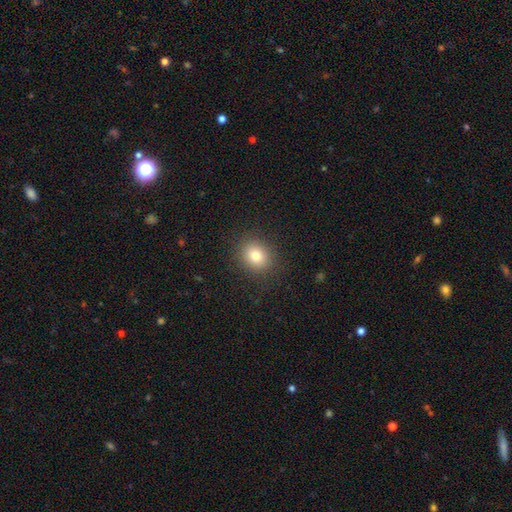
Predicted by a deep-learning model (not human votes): A smooth galaxy with no disk features (80%) that is round (73%). Merging: none (89%).